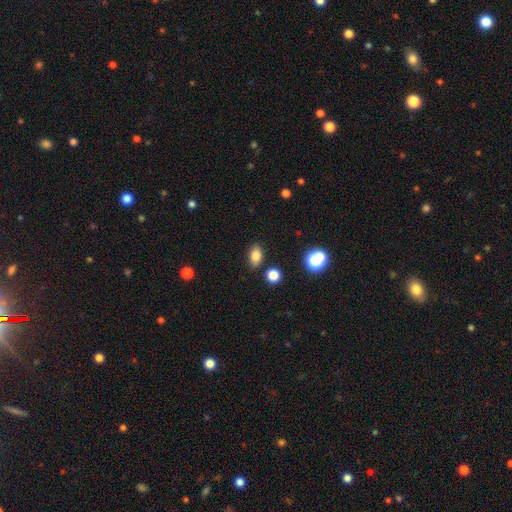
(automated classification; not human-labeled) Smooth or featured? Predicted: smooth (p=0.80). How rounded? Predicted: in between (p=0.83). Merging? Predicted: none (p=0.84).